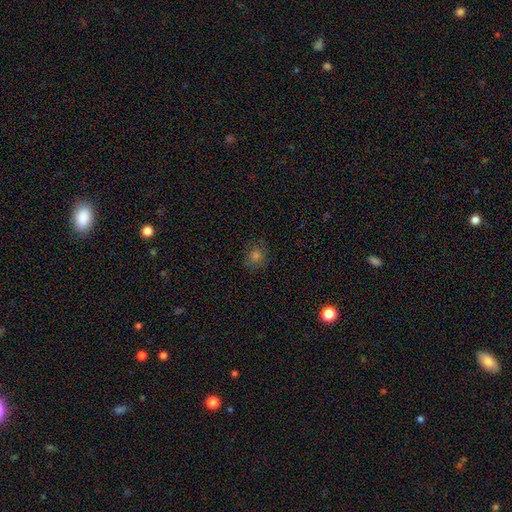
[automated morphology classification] This appears to be a smooth galaxy with no disk features (66%) that is round (78%). Merging: none (82%).